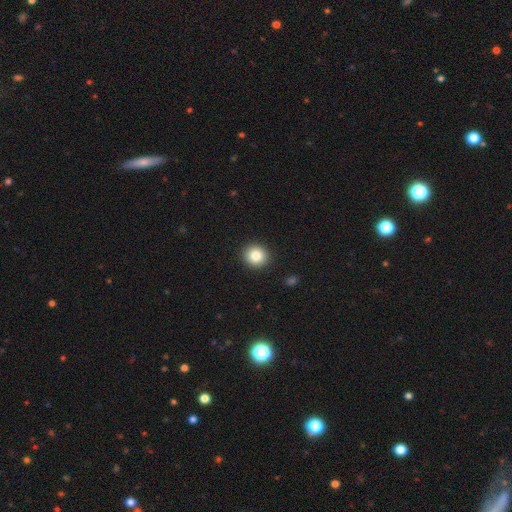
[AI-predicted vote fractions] The model was most divided on "smooth or featured": smooth: 84%, star or artifact: 10%, featured or disk: 7%. More confident: merging — none (92%); how rounded — round (91%).